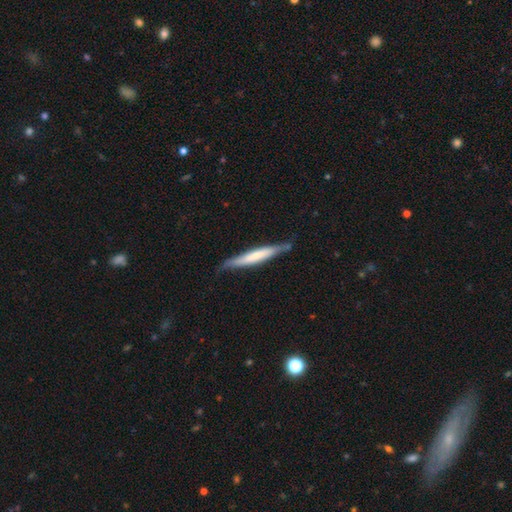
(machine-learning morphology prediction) This is possibly a smooth galaxy (51%). How rounded: clearly cigar-shaped (93%). Merging: likely none (76%).